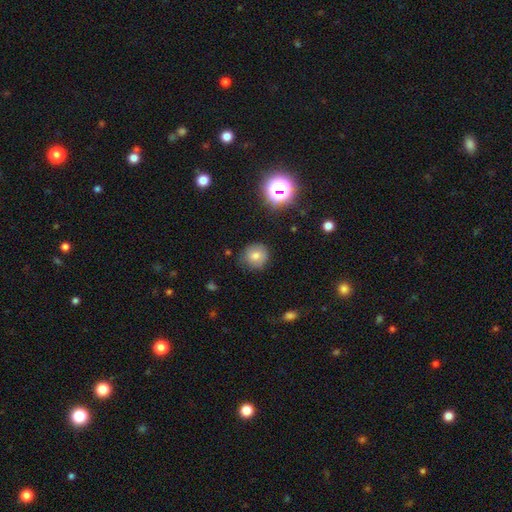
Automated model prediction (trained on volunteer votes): A smooth galaxy with no disk features (75%) that is round (90%). Merging: none (82%).